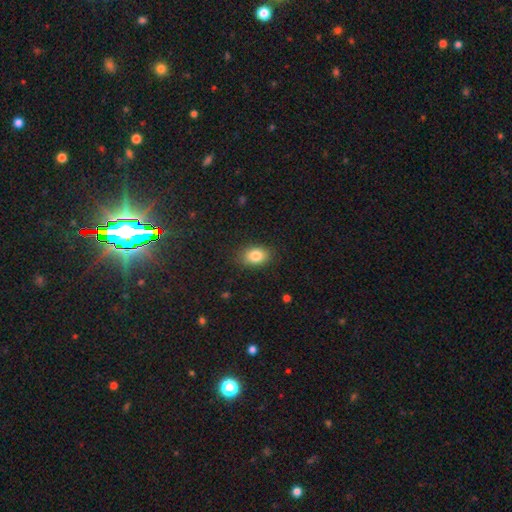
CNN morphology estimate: This appears to be a smooth galaxy with no disk features (84%) that is in between round and cigar-shaped (80%). Merging: none (85%).